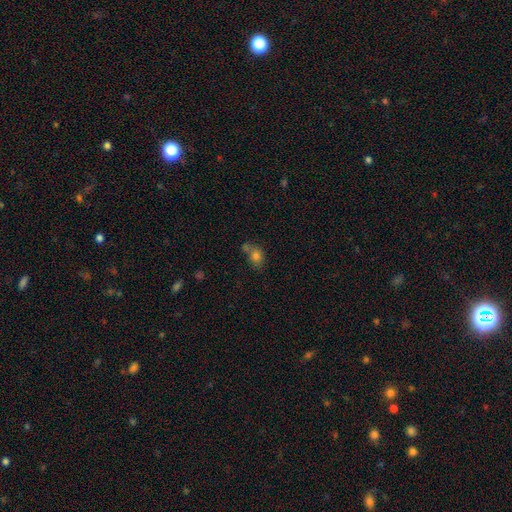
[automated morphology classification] Q: Smooth or featured?
A: smooth (75%); runner-up: star or artifact (14%)
Q: How rounded?
A: in between (51%); runner-up: round (47%)
Q: Merging?
A: none (49%); runner-up: merger (29%)